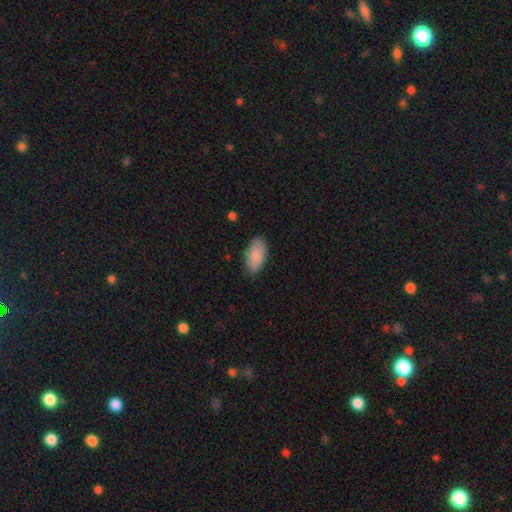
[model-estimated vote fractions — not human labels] Q: Smooth or featured?
A: smooth (88%); runner-up: star or artifact (6%)
Q: How rounded?
A: in between (94%); runner-up: cigar-shaped (3%)
Q: Merging?
A: none (84%); runner-up: minor disturbance (12%)